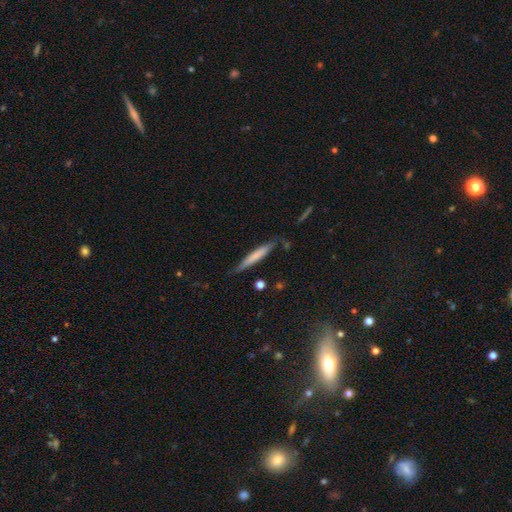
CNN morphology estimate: Smooth or featured?
  - smooth: 65% *
  - featured or disk: 29%
  - star or artifact: 6%
How rounded?
  - cigar-shaped: 94% *
  - in between: 4%
  - round: 1%
Merging?
  - none: 78% *
  - minor disturbance: 16%
  - merger: 3%
  - major disturbance: 3%